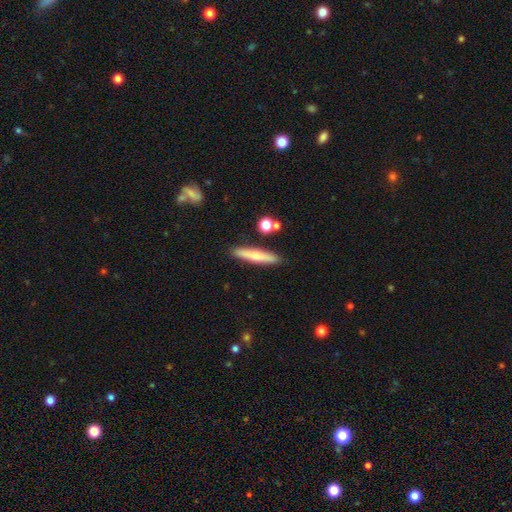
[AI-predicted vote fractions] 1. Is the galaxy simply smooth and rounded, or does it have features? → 64% smooth, 29% featured or disk, 7% star or artifact.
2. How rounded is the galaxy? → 90% cigar-shaped, 8% in between, 2% round.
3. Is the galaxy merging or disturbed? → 87% none, 8% minor disturbance, 3% merger, 2% major disturbance.